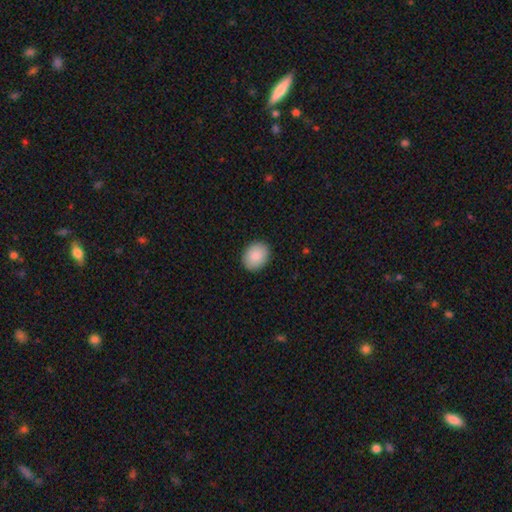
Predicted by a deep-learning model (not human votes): This appears to be a smooth galaxy with no disk features (89%) that is round (51%). Merging: none (90%).